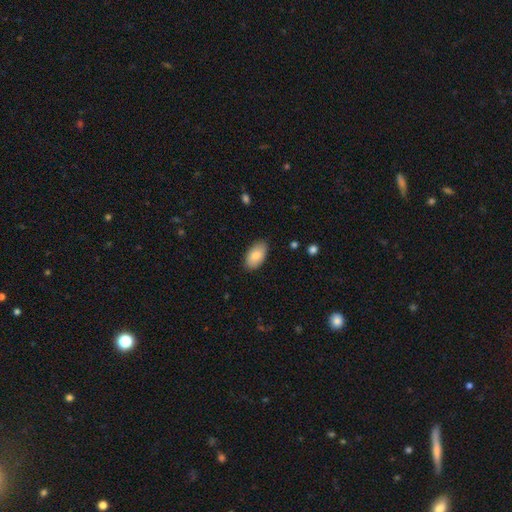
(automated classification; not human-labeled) This is clearly a smooth galaxy (86%). How rounded: clearly in between (95%). Merging: clearly none (85%).